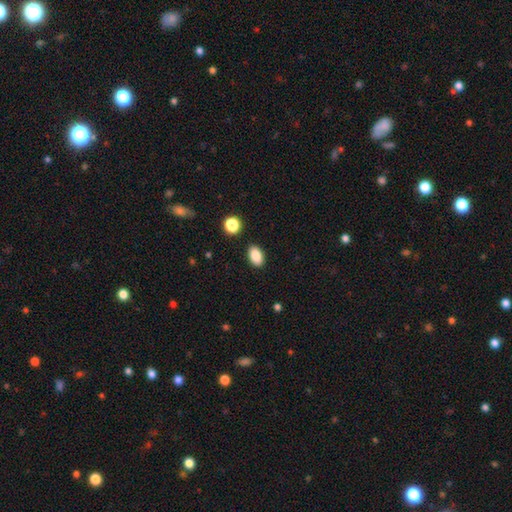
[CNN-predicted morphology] Smooth or featured? smooth (86%)
How rounded? in between (90%)
Merging? none (89%)